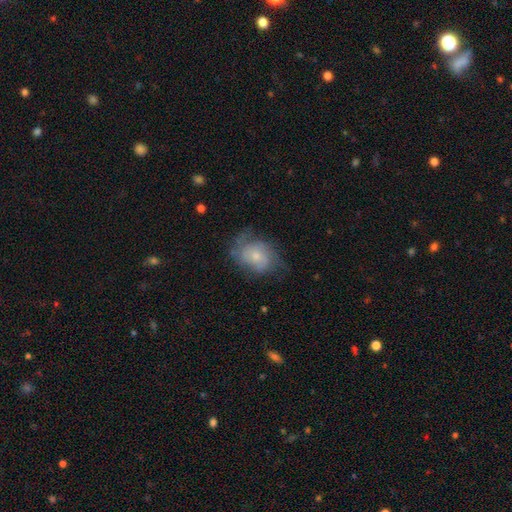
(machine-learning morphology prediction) Smooth or featured?
  - featured or disk: 46% *
  - smooth: 45%
  - star or artifact: 8%
Merging?
  - none: 54% *
  - minor disturbance: 28%
  - major disturbance: 16%
  - merger: 2%